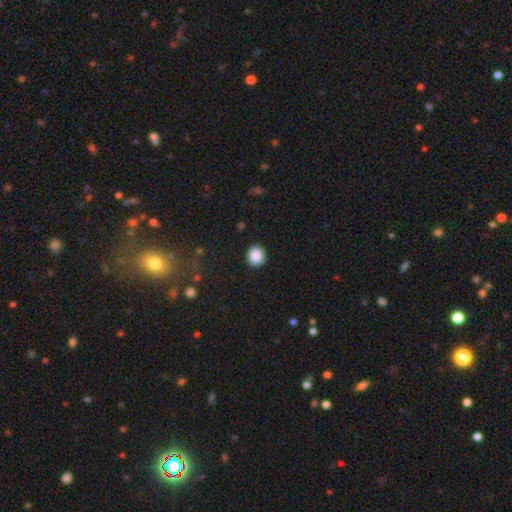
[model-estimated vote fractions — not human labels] Q: Smooth or featured?
A: smooth (89%); runner-up: star or artifact (8%)
Q: How rounded?
A: round (83%); runner-up: in between (16%)
Q: Merging?
A: none (90%); runner-up: minor disturbance (7%)